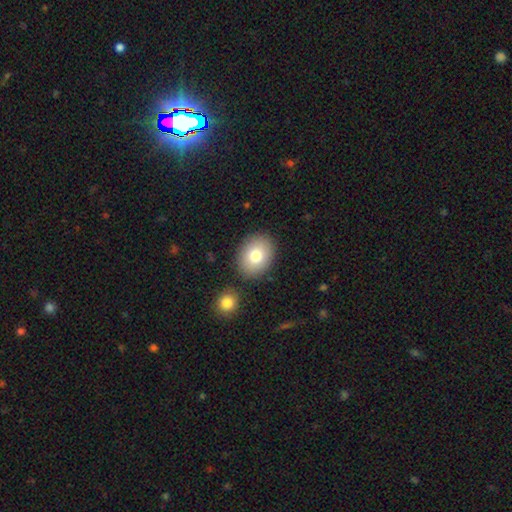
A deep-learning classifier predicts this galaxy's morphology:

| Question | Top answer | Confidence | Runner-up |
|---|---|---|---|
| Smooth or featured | smooth | 78% | featured or disk (13%) |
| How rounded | in between | 59% | round (40%) |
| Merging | none | 84% | minor disturbance (8%) |